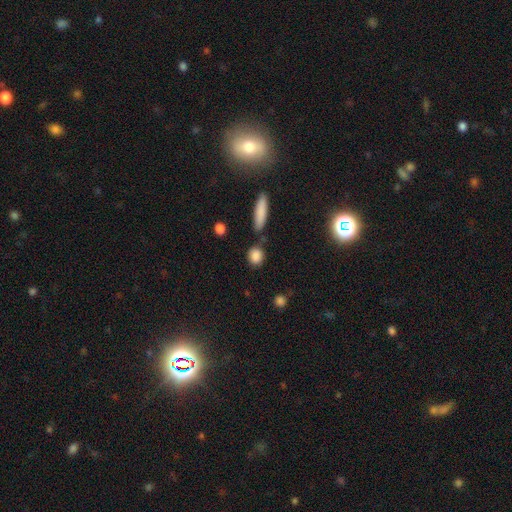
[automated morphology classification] Smooth or featured? Predicted: smooth (p=0.87). How rounded? Predicted: round (p=0.65). Merging? Predicted: none (p=0.76).